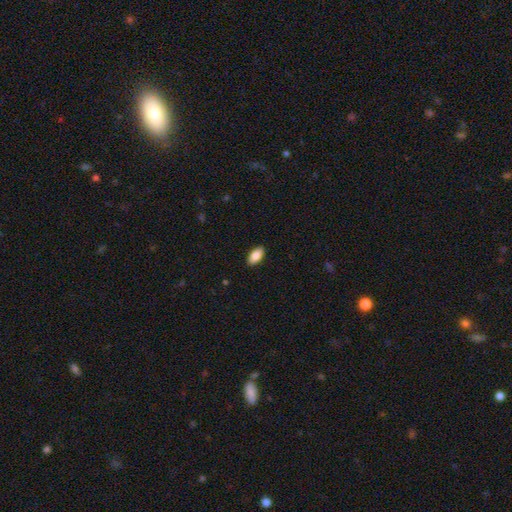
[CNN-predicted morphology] Smooth or featured: smooth — 86% (featured or disk — 8%)
How rounded: in between — 91% (cigar-shaped — 6%)
Merging: none — 90% (minor disturbance — 8%)